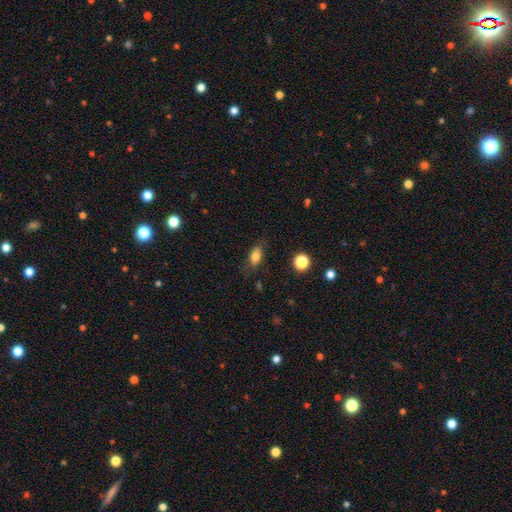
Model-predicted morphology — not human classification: Smooth or featured? Predicted: smooth (p=0.79). How rounded? Predicted: in between (p=0.83). Merging? Predicted: none (p=0.78).